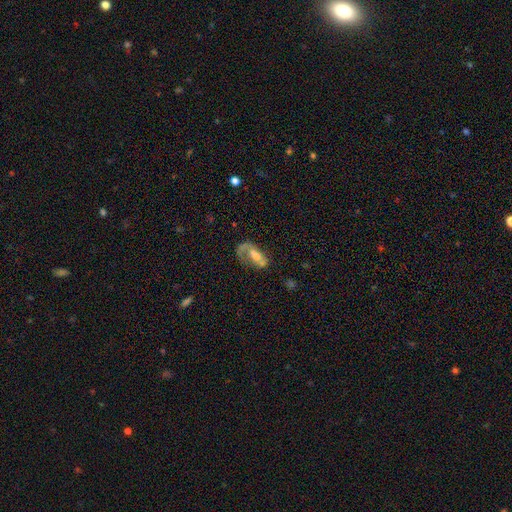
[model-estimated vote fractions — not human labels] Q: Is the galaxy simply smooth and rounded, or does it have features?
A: featured or disk — 63%.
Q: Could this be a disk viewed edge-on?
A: no — 94%.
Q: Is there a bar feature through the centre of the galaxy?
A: no — 61%.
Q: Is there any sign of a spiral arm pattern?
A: yes — 62%.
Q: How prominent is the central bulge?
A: moderate — 46%.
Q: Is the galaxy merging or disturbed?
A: none — 34%.